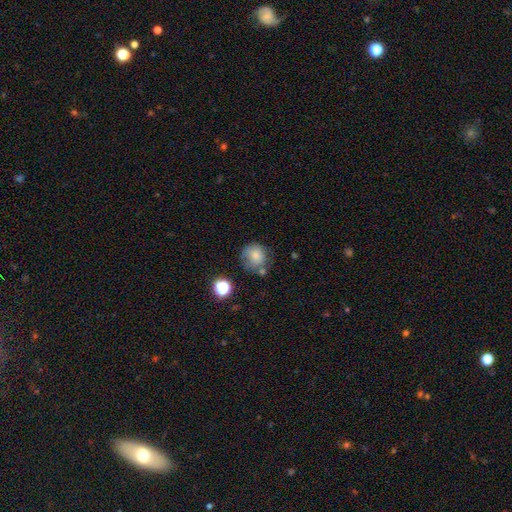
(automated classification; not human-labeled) Smooth or featured? Predicted: smooth (p=0.75). How rounded? Predicted: round (p=0.85). Merging? Predicted: none (p=0.54).